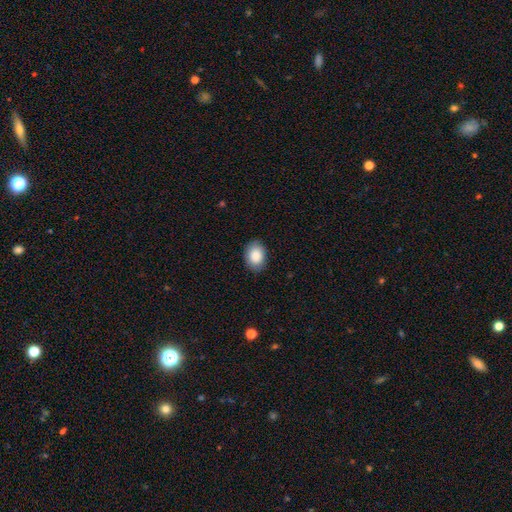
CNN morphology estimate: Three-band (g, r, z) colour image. It shows a smooth galaxy with no disk features (87%) that is in between round and cigar-shaped (76%). Merging: none (84%).